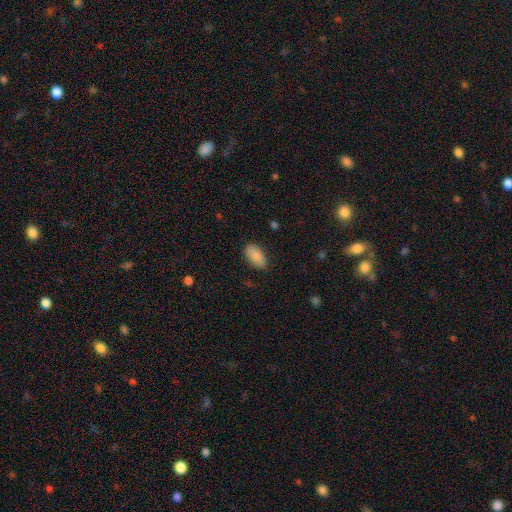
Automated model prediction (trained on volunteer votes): Smooth or featured?
  - smooth: 86% *
  - featured or disk: 7%
  - star or artifact: 7%
How rounded?
  - in between: 94% *
  - round: 3%
  - cigar-shaped: 3%
Merging?
  - none: 84% *
  - minor disturbance: 12%
  - major disturbance: 3%
  - merger: 1%